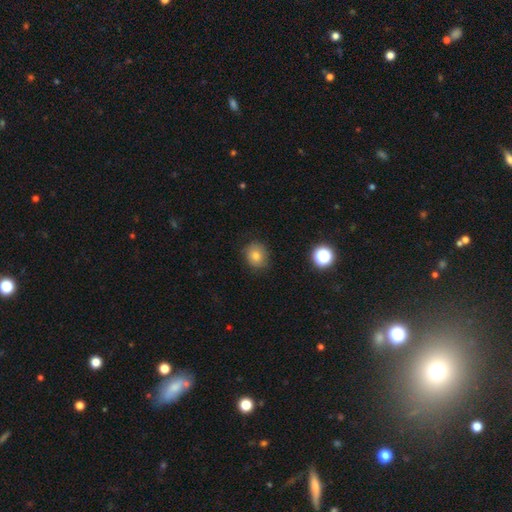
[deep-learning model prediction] smooth_or_featured: smooth (p=0.79) [alt: star or artifact p=0.12]
how_rounded: round (p=0.73) [alt: in between p=0.27]
merging: none (p=0.82) [alt: minor disturbance p=0.14]